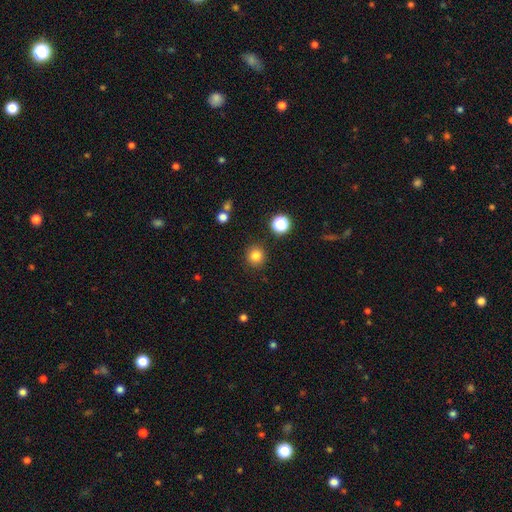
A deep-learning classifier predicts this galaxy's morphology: A smooth galaxy with no disk features (82%) that is round (93%). Merging: none (90%).